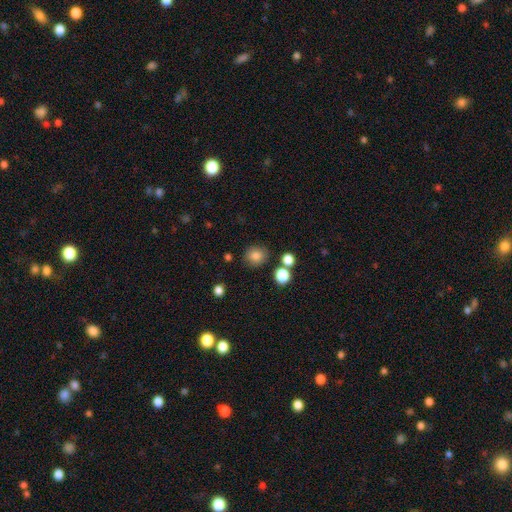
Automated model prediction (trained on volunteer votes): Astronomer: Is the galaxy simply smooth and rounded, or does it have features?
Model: smooth — 82%.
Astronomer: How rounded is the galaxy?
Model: round — 84%.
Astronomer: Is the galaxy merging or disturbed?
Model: none — 82%.